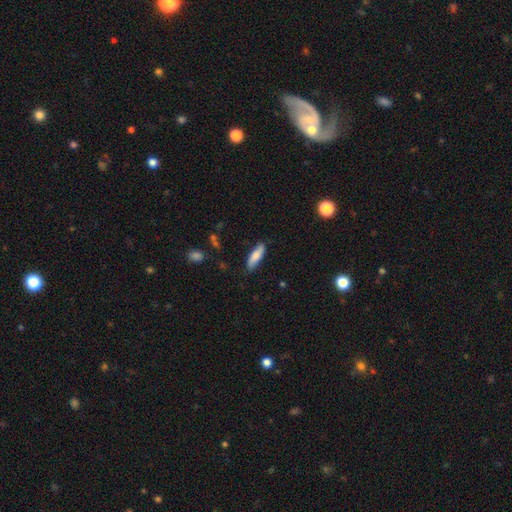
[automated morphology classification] Smooth or featured? Predicted: smooth (p=0.78). How rounded? Predicted: in between (p=0.49, tied with cigar-shaped). Merging? Predicted: none (p=0.82).